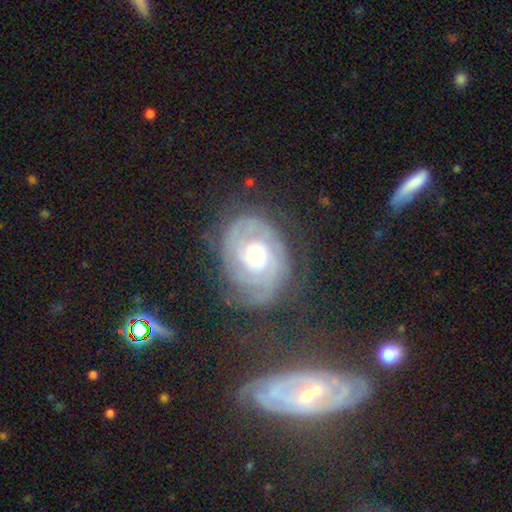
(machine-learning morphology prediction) smooth_or_featured: featured or disk (p=0.83) [alt: smooth p=0.11]
disk_edge_on: no (p=0.97) [alt: yes p=0.03]
bar: no (p=0.74) [alt: weak p=0.21]
has_spiral_arms: yes (p=0.94) [alt: no p=0.06]
spiral_winding: tight (p=0.71) [alt: medium p=0.23]
spiral_arm_count: 2 (p=0.34) [alt: can't tell p=0.33]
bulge_size: moderate (p=0.55) [alt: small p=0.34]
merging: none (p=0.69) [alt: minor disturbance p=0.18]